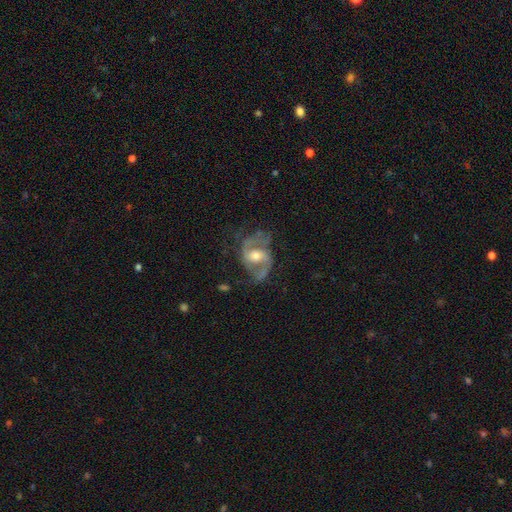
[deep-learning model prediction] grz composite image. It shows a featured or disk galaxy (85%) with a weak bar (45%), 2 (80%) medium (52%) spiral arms (93%) and a moderate central bulge (65%). Merging: none (57%).